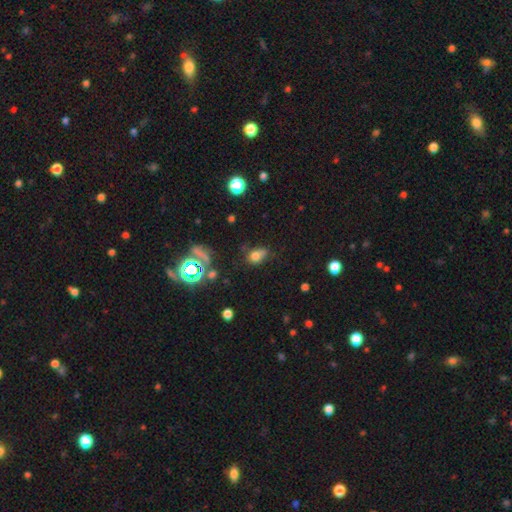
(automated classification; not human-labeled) smooth-or-featured: smooth: 65% | star or artifact: 22% | featured or disk: 13%
  how-rounded: in between: 58% | round: 40% | cigar-shaped: 3%
  merging: none: 45% | minor disturbance: 28% | major disturbance: 17% | merger: 10%